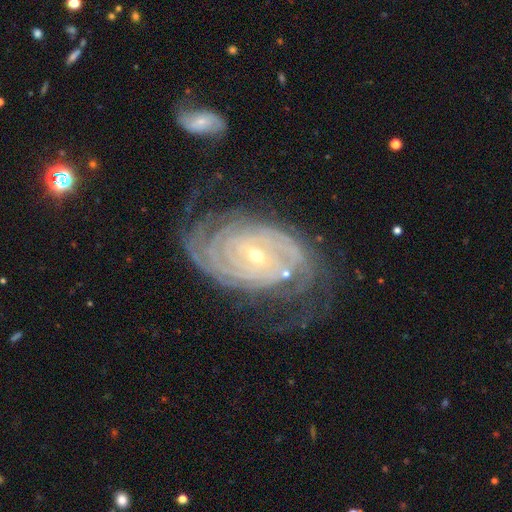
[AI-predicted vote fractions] featured or disk 91%, star or artifact 5%, smooth 4%. Down the decision tree: edge-on disk — no (97%); bar — no (50%); spiral arms — yes (98%); spiral arm count — 2 (22%, tied with can't tell); spiral winding — tight (81%); bulge size — small (68%); merging — none (63%).